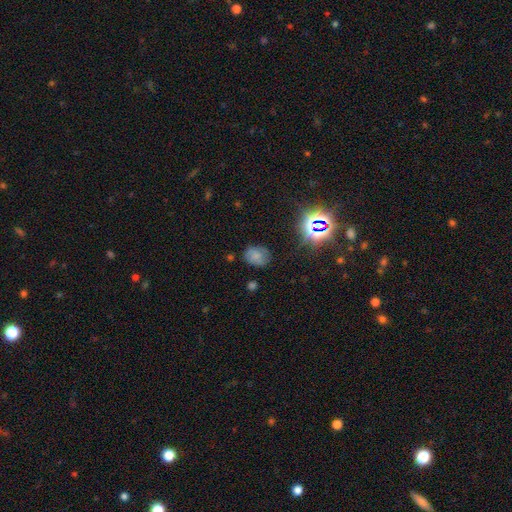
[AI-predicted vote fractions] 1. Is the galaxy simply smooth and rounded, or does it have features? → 62% smooth, 20% star or artifact, 18% featured or disk.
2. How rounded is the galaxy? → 52% in between, 47% round, 1% cigar-shaped.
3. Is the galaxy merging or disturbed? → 71% none, 20% minor disturbance, 6% major disturbance, 3% merger.